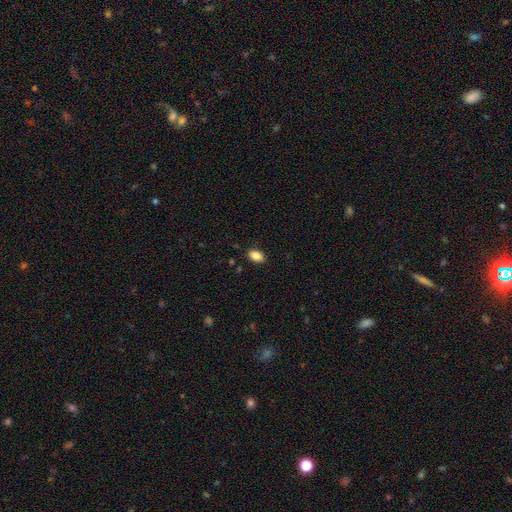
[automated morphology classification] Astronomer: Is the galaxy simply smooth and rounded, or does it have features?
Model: smooth — 87%.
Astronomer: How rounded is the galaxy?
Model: in between — 86%.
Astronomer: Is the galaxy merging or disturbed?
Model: none — 87%.